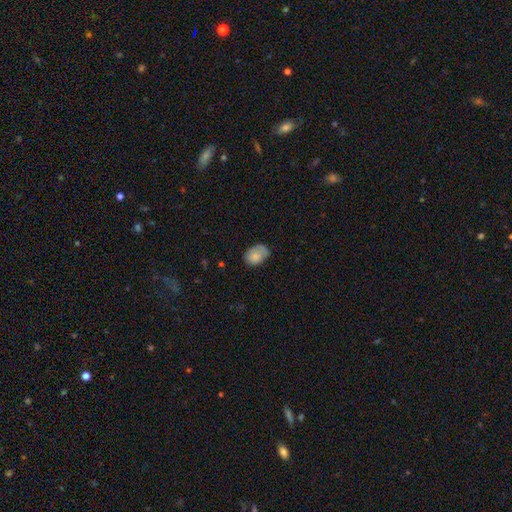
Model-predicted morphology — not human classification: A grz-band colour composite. It shows a smooth galaxy with no disk features (81%) that is in between round and cigar-shaped (80%). Merging: none (52%).